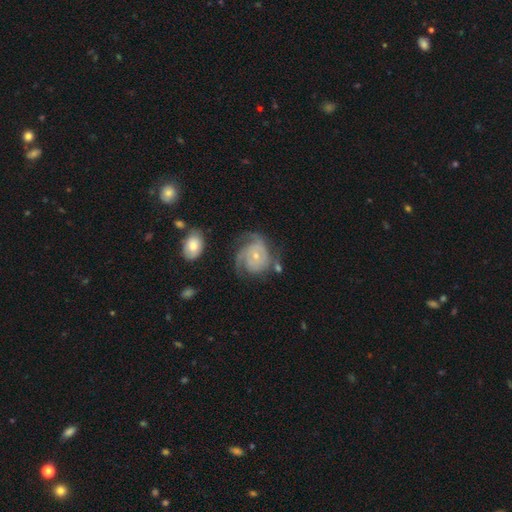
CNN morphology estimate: smooth_or_featured: featured or disk (p=0.81) [alt: smooth p=0.13]
disk_edge_on: no (p=0.98) [alt: yes p=0.02]
bar: no (p=0.77) [alt: weak p=0.19]
has_spiral_arms: yes (p=0.94) [alt: no p=0.06]
spiral_winding: tight (p=0.51) [alt: medium p=0.35]
spiral_arm_count: 2 (p=0.30) [tied with: 3 p=0.30]
bulge_size: small (p=0.69) [alt: moderate p=0.27]
merging: none (p=0.51) [alt: minor disturbance p=0.23]